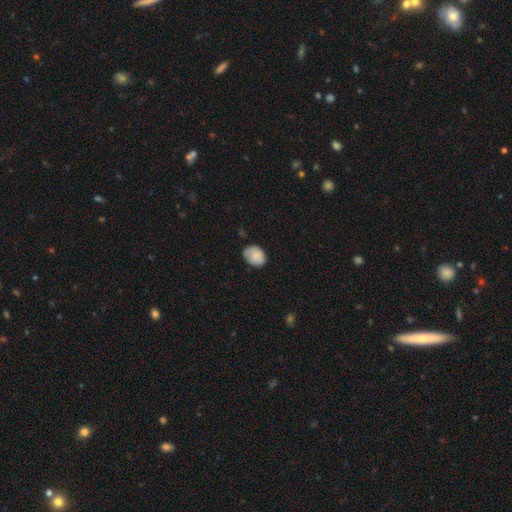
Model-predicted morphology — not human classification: Smooth or featured? Predicted: smooth (p=0.82). How rounded? Predicted: in between (p=0.63). Merging? Predicted: none (p=0.65).